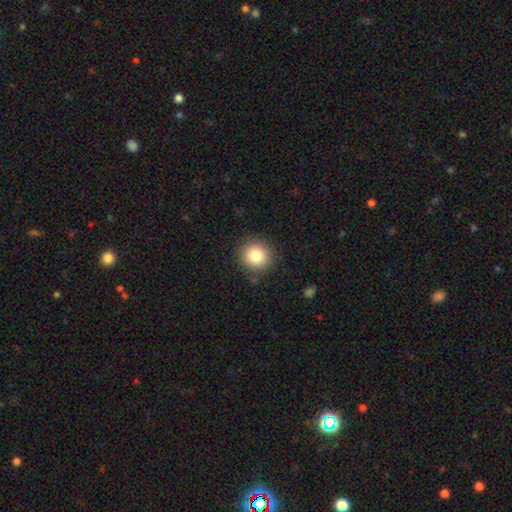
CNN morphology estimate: smooth_or_featured: smooth (p=0.83) [alt: star or artifact p=0.10]
how_rounded: round (p=0.91) [alt: in between p=0.08]
merging: none (p=0.88) [alt: minor disturbance p=0.08]